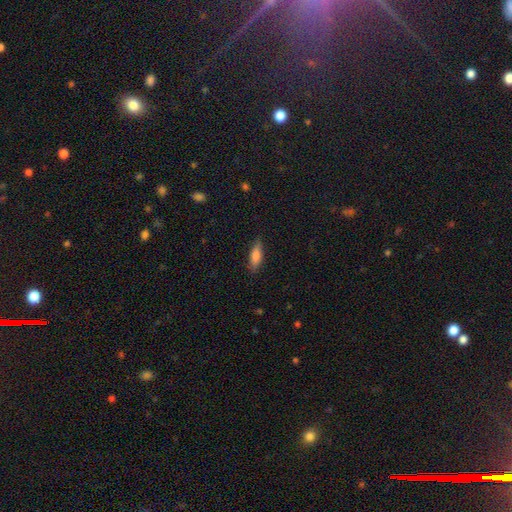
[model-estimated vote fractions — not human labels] smooth_or_featured: smooth (p=0.76) [alt: featured or disk p=0.17]
how_rounded: in between (p=0.52) [alt: cigar-shaped p=0.46]
merging: none (p=0.80) [alt: minor disturbance p=0.16]